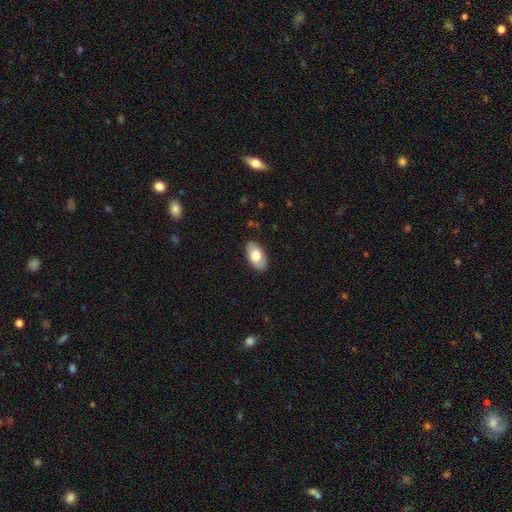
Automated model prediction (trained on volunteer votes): Smooth or featured?
  - smooth: 71% *
  - featured or disk: 23%
  - star or artifact: 6%
How rounded?
  - in between: 95% *
  - round: 4%
  - cigar-shaped: 2%
Merging?
  - none: 87% *
  - minor disturbance: 10%
  - major disturbance: 2%
  - merger: 1%